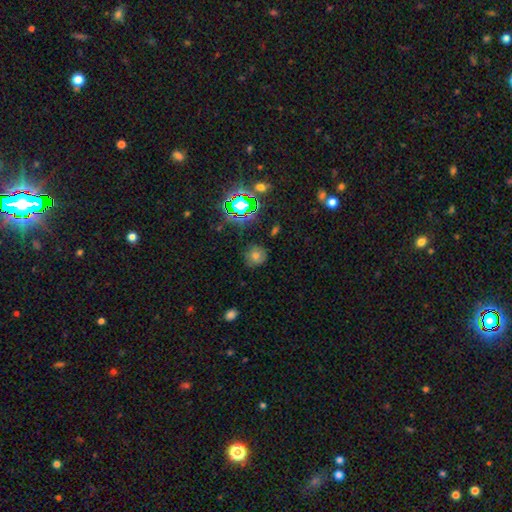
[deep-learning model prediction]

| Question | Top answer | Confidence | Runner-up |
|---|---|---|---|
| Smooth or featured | smooth | 51% | star or artifact (33%) |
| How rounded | round | 88% | in between (11%) |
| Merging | none | 81% | minor disturbance (12%) |